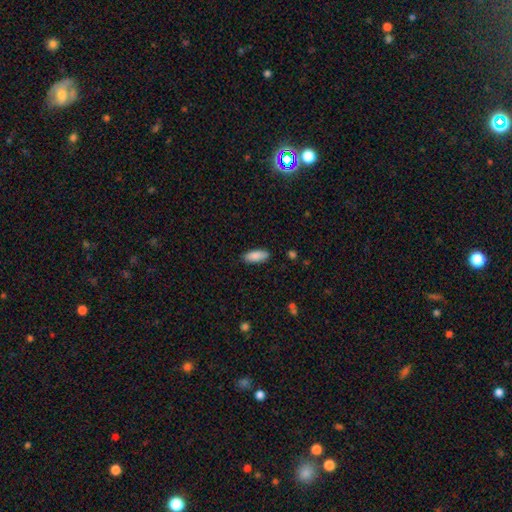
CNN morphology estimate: This appears to be a smooth galaxy with no disk features (89%) that is in between round and cigar-shaped (81%). Merging: none (87%).